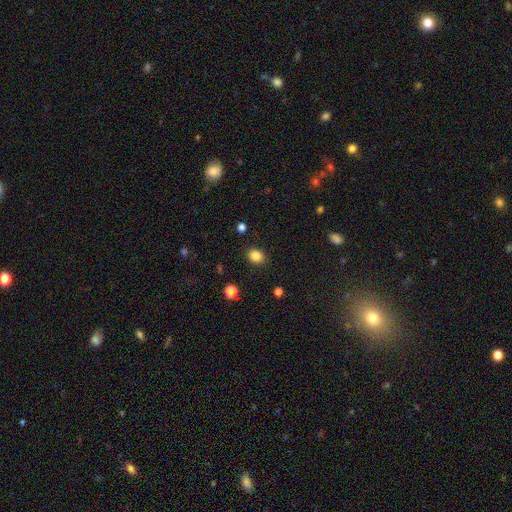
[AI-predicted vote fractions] This appears to be a smooth galaxy with no disk features (85%) that is round (55%). Merging: none (88%).